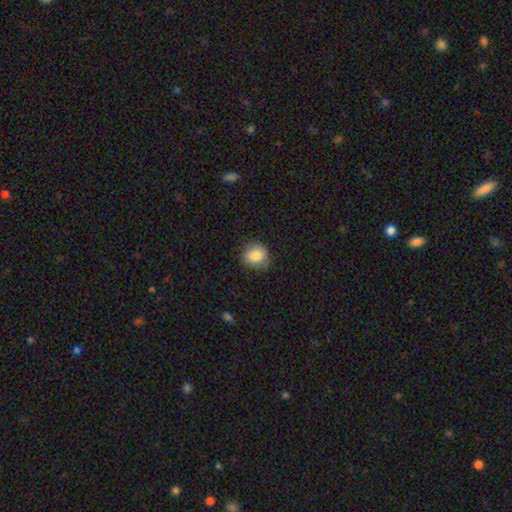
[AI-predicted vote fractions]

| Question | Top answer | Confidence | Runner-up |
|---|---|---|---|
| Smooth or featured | smooth | 84% | star or artifact (9%) |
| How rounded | round | 82% | in between (17%) |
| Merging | none | 81% | minor disturbance (15%) |